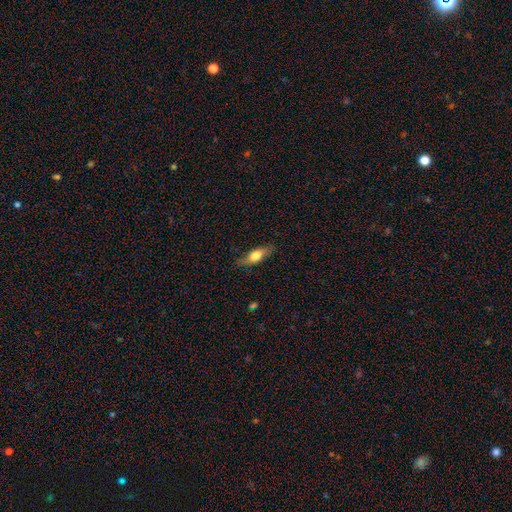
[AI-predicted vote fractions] Smooth or featured? Predicted: smooth (p=0.63). How rounded? Predicted: in between (p=0.60). Merging? Predicted: none (p=0.77).